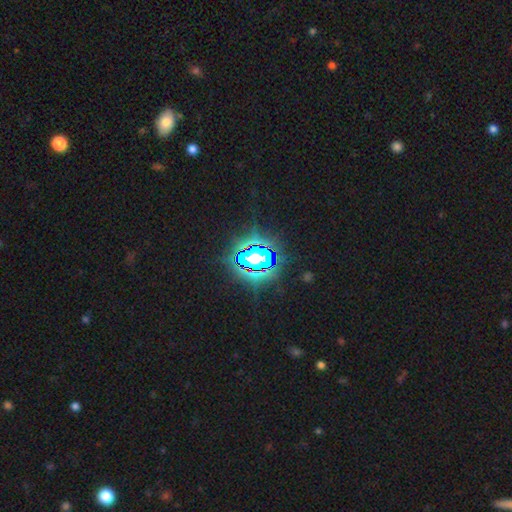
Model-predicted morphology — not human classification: Q: Smooth or featured?
A: star or artifact (74%); runner-up: smooth (14%)